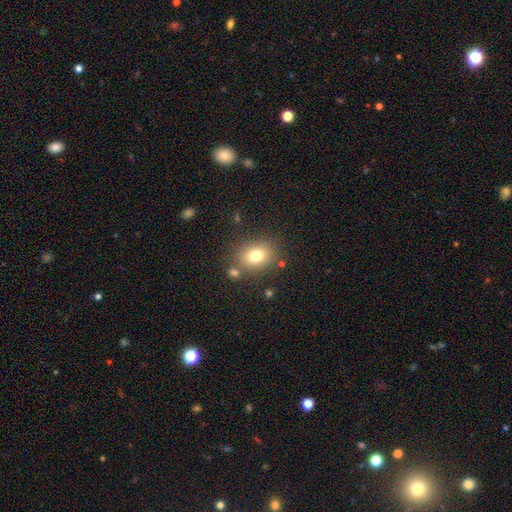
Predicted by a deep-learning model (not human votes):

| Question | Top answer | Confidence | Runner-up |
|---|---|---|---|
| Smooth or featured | smooth | 77% | featured or disk (12%) |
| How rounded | in between | 58% | round (41%) |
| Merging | none | 76% | minor disturbance (12%) |